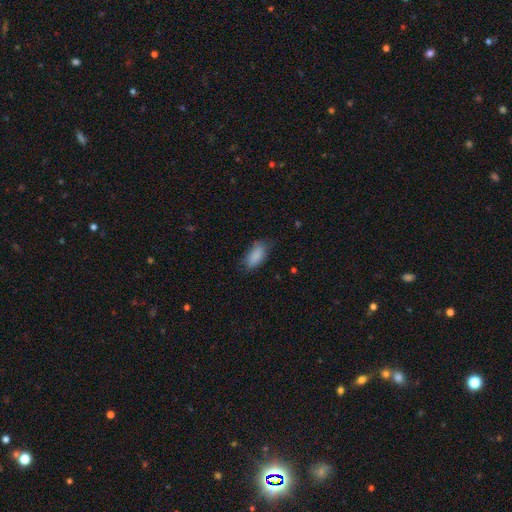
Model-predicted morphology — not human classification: Overall: smooth (87%). How rounded: in between (89%). Merging: none (68%).